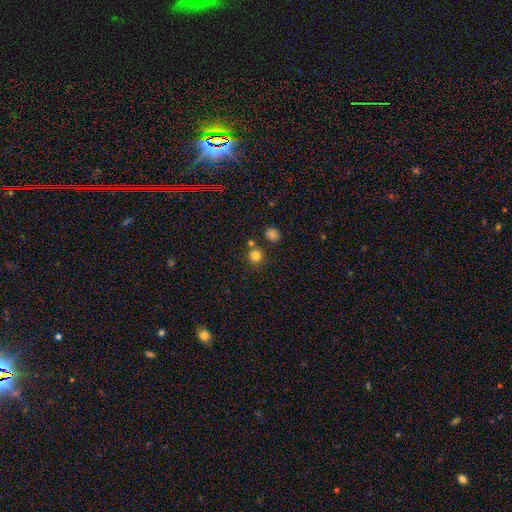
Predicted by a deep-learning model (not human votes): Smooth or featured: smooth — 80% (star or artifact — 14%)
How rounded: round — 91% (in between — 8%)
Merging: none — 76% (merger — 13%)